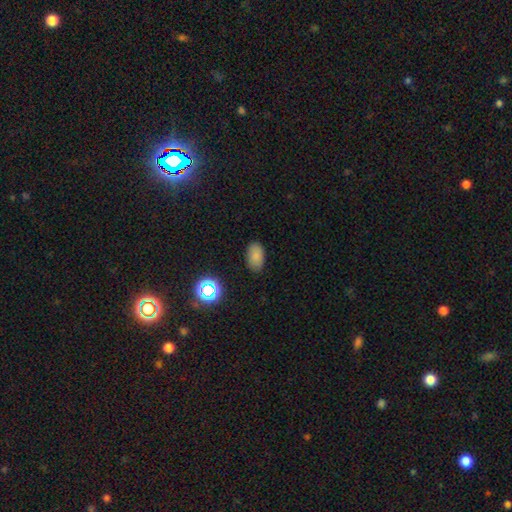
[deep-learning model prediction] Overall: smooth (81%). How rounded: in between (91%). Merging: none (85%).